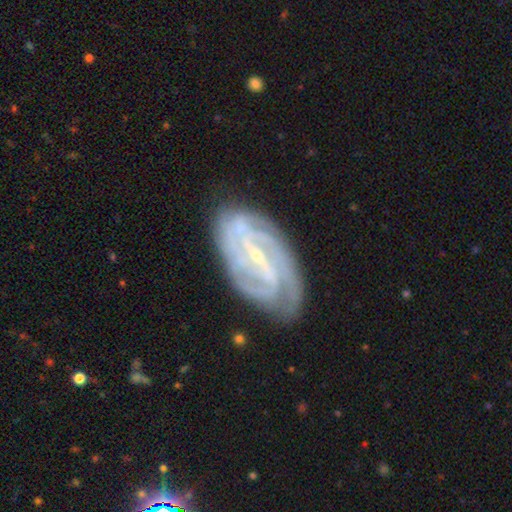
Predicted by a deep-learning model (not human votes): featured or disk 88%, smooth 6%, star or artifact 6%. Down the decision tree: edge-on disk — no (95%); bar — strong (51%); spiral arms — yes (97%); spiral arm count — 2 (35%); spiral winding — tight (61%); bulge size — small (76%); merging — none (75%).